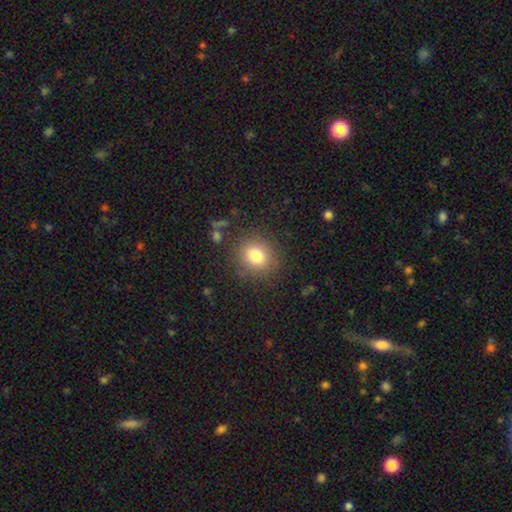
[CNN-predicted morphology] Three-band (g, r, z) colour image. It shows a smooth galaxy with no disk features (80%) that is round (82%). Merging: none (85%).